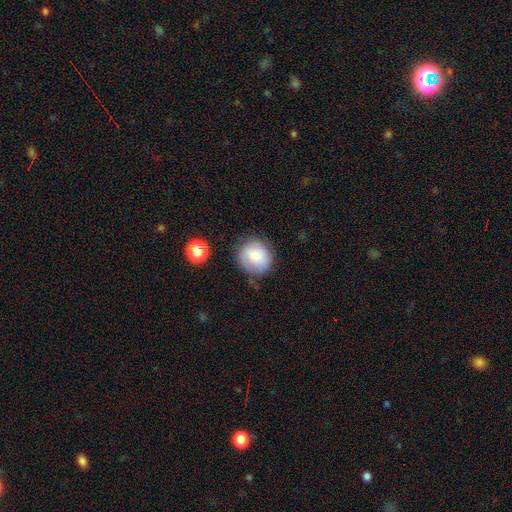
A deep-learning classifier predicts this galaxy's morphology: Smooth or featured?
  - smooth: 68% *
  - featured or disk: 23%
  - star or artifact: 9%
How rounded?
  - round: 82% *
  - in between: 17%
  - cigar-shaped: 1%
Merging?
  - none: 65% *
  - minor disturbance: 23%
  - major disturbance: 9%
  - merger: 3%